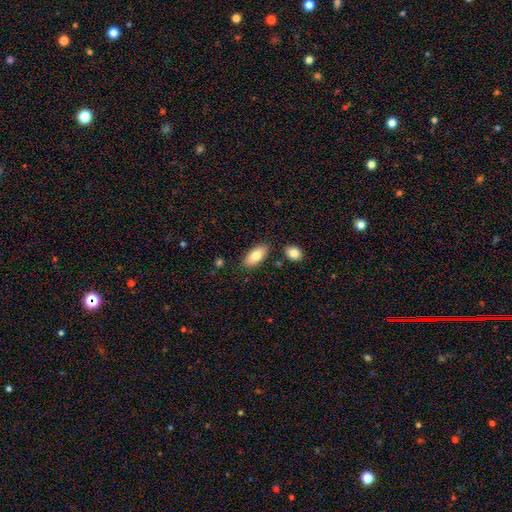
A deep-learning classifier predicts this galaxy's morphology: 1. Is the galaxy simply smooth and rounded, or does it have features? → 80% smooth, 14% featured or disk, 6% star or artifact.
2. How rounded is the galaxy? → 89% in between, 9% cigar-shaped, 2% round.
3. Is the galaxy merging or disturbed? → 83% none, 10% minor disturbance, 4% merger, 2% major disturbance.